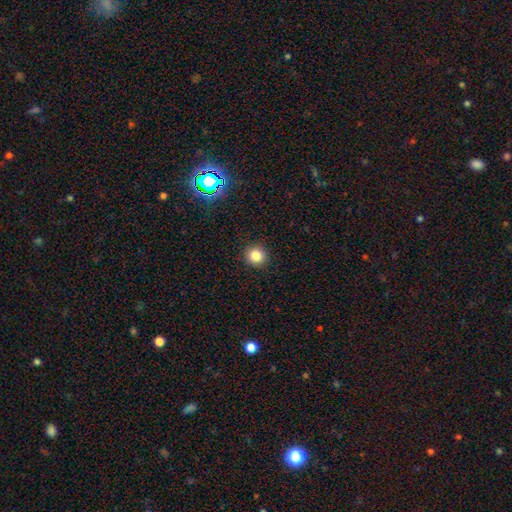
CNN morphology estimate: Smooth or featured?
  - smooth: 82% *
  - star or artifact: 13%
  - featured or disk: 5%
How rounded?
  - round: 92% *
  - in between: 7%
  - cigar-shaped: 1%
Merging?
  - none: 92% *
  - minor disturbance: 5%
  - major disturbance: 2%
  - merger: 1%